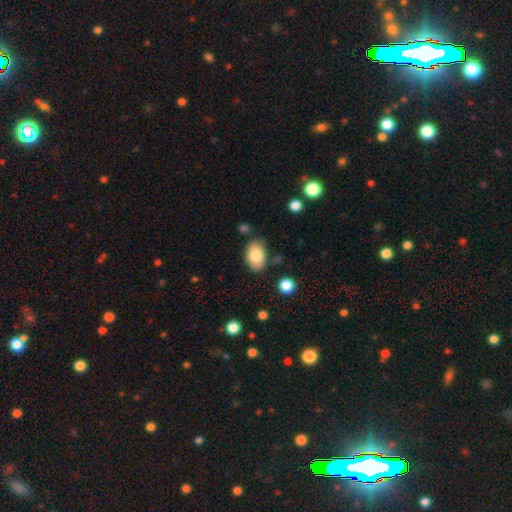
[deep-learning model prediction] This appears to be a smooth galaxy with no disk features (81%) that is in between round and cigar-shaped (89%). Merging: none (79%).